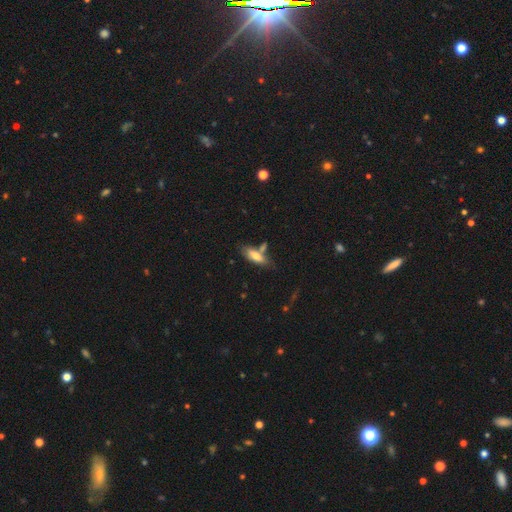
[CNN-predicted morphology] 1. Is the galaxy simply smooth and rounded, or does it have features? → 69% smooth, 23% featured or disk, 7% star or artifact.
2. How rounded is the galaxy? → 56% in between, 42% cigar-shaped, 2% round.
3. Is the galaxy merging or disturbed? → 55% none, 21% merger, 18% minor disturbance, 6% major disturbance.